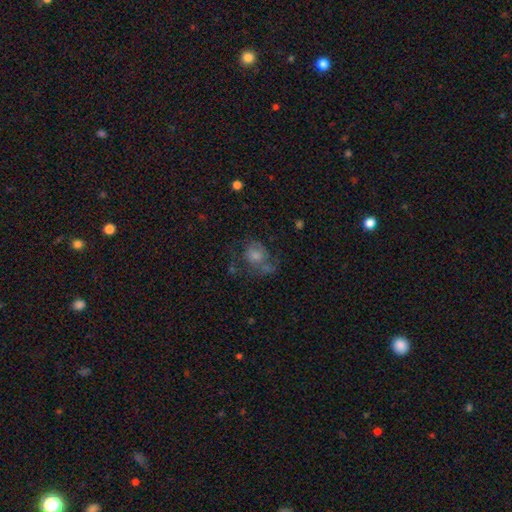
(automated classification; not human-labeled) Q: Smooth or featured?
A: featured or disk (42%); runner-up: smooth (38%)
Q: Merging?
A: none (48%); runner-up: major disturbance (23%)